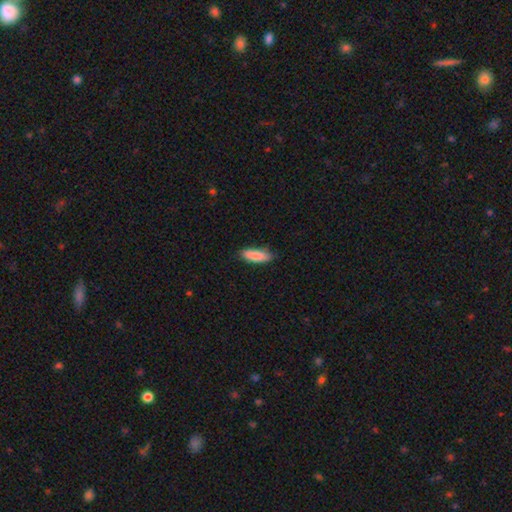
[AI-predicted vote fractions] Smooth or featured? Predicted: smooth (p=0.85). How rounded? Predicted: in between (p=0.58). Merging? Predicted: none (p=0.81).